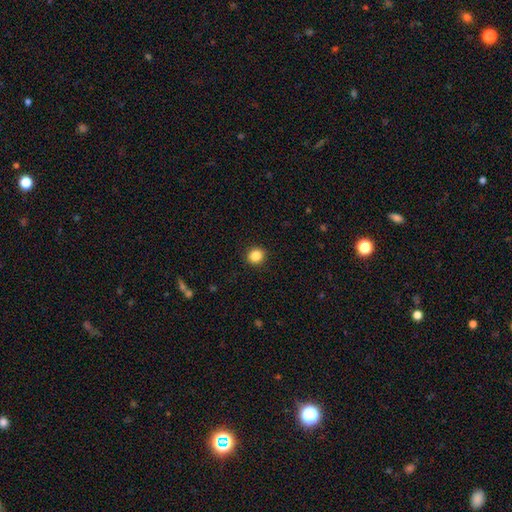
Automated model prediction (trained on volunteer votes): Overall: smooth (86%). How rounded: round (85%). Merging: none (92%).